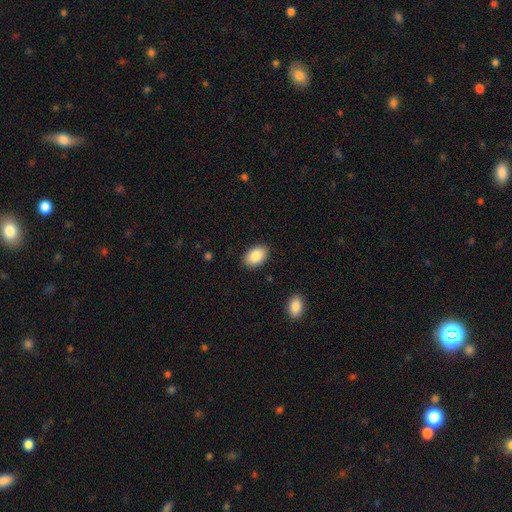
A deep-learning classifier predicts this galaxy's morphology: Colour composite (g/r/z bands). It shows a smooth galaxy with no disk features (87%) that is in between round and cigar-shaped (89%). Merging: none (88%).